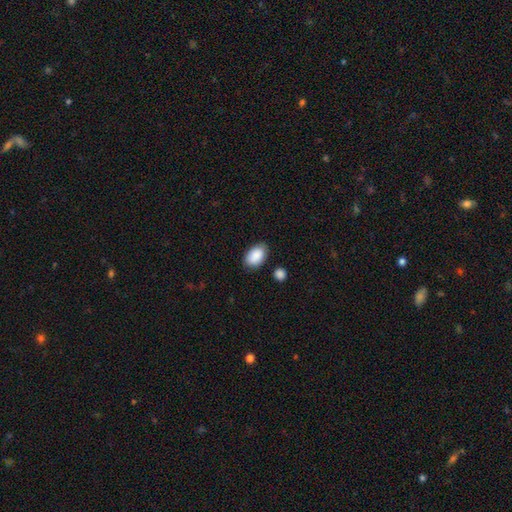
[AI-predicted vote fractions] Smooth or featured: smooth — 89% (star or artifact — 6%)
How rounded: in between — 92% (round — 7%)
Merging: none — 81% (minor disturbance — 13%)